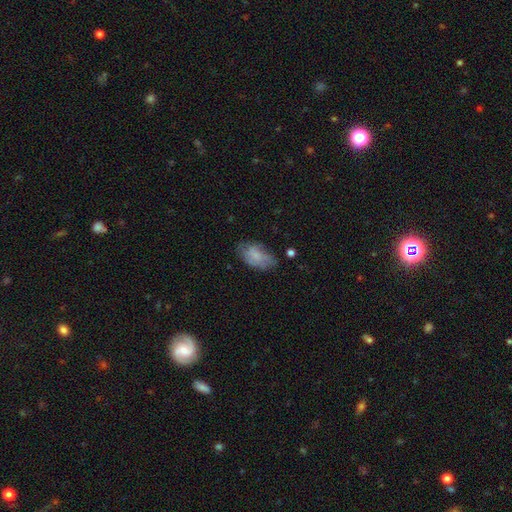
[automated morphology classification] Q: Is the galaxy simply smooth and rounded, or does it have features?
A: smooth — 67%.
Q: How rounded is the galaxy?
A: in between — 92%.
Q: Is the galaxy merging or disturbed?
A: none — 55%.